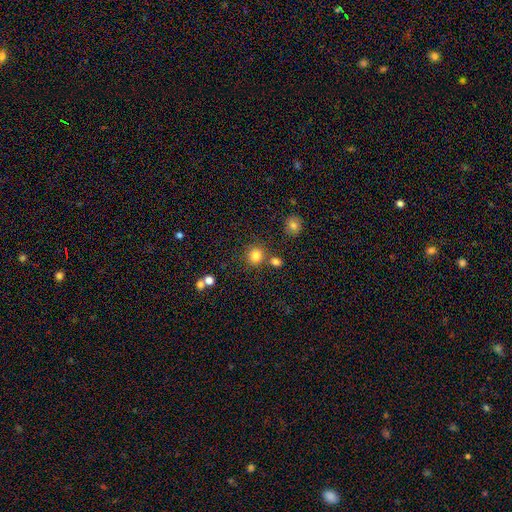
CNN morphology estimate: Overall: smooth (82%). How rounded: round (89%). Merging: none (75%).